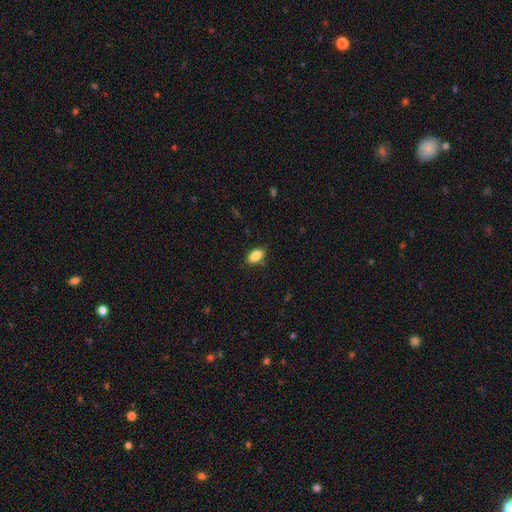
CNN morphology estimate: A smooth galaxy with no disk features (86%) that is in between round and cigar-shaped (90%). Merging: none (85%).